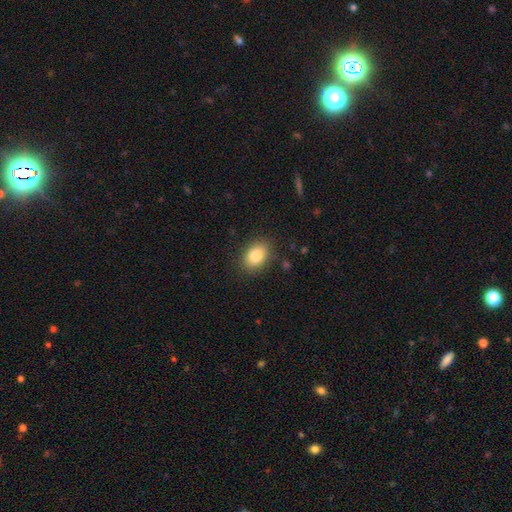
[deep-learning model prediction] Overall: smooth (83%). How rounded: in between (77%). Merging: none (86%).